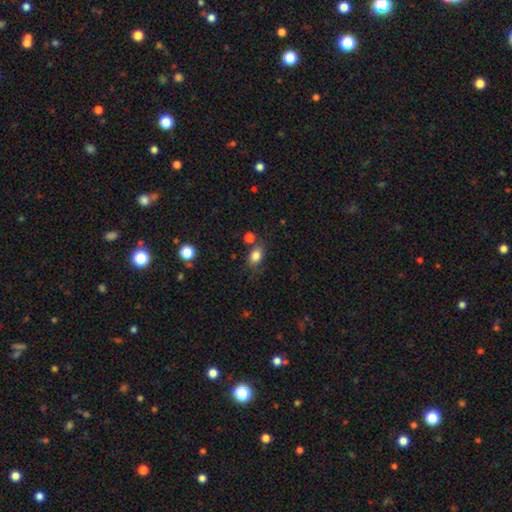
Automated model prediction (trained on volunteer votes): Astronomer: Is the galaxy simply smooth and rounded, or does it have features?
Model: smooth — 82%.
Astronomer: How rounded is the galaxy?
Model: in between — 72%.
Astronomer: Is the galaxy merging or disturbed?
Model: none — 68%.